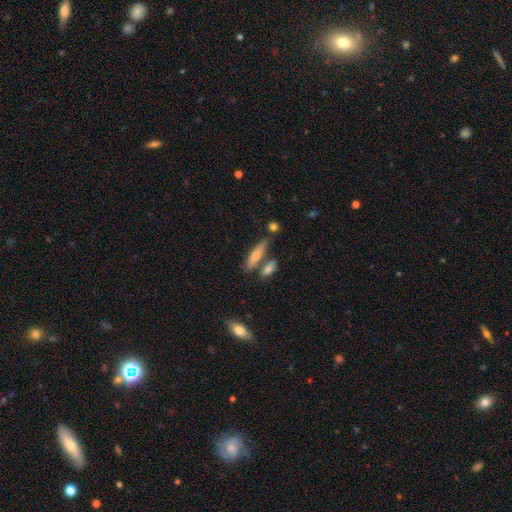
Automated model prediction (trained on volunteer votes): Smooth or featured: smooth — 54% (featured or disk — 38%)
How rounded: cigar-shaped — 74% (in between — 24%)
Merging: none — 65% (merger — 20%)